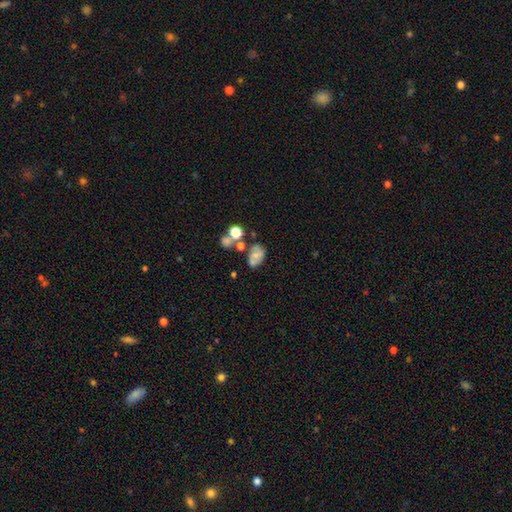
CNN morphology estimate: Smooth or featured? Predicted: smooth (p=0.54). How rounded? Predicted: in between (p=0.79). Merging? Predicted: none (p=0.45).